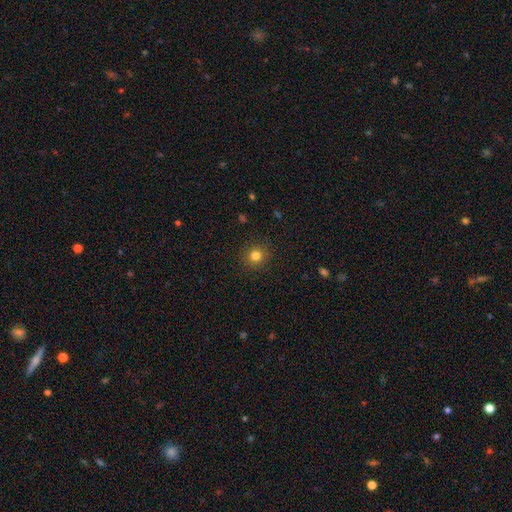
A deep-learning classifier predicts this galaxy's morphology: Smooth or featured?
  - smooth: 81% *
  - star or artifact: 13%
  - featured or disk: 6%
How rounded?
  - round: 92% *
  - in between: 7%
  - cigar-shaped: 1%
Merging?
  - none: 90% *
  - minor disturbance: 7%
  - major disturbance: 2%
  - merger: 1%